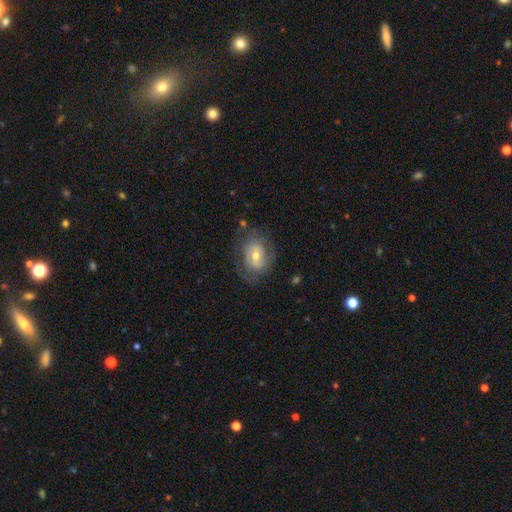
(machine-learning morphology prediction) Smooth or featured? featured or disk (59%)
Edge-on disk? no (95%)
Bar? no (47%)
Spiral arms? yes (70%)
Bulge size? moderate (61%)
Merging? none (68%)